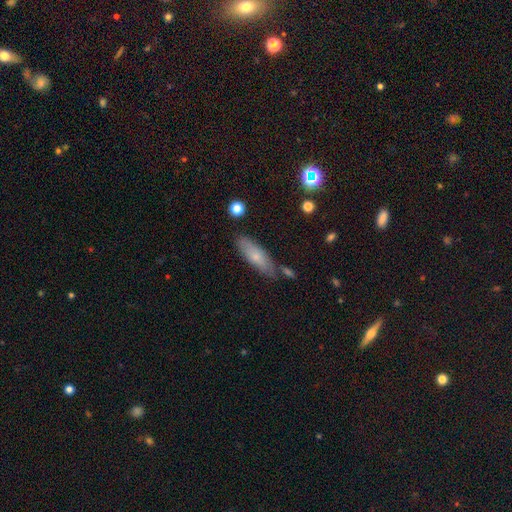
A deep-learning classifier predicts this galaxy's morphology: smooth 70%, featured or disk 23%, star or artifact 7%. Down the decision tree: how rounded — in between (50%); merging — none (73%).